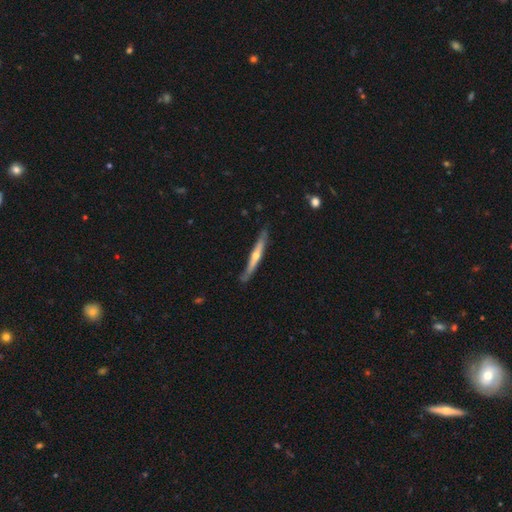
A featured or disk galaxy (57%) viewed edge-on (95%) with a rounded central bulge (90%).

Vote fractions:
- Smooth or featured? featured or disk: 57% / smooth: 35% / star or artifact: 8%
- Edge-on disk? yes: 95% / no: 5%
- Edge-on bulge? rounded: 90% / boxy: 5% / none: 5%
- Merging? none: 62% / minor disturbance: 35% / merger: 3% / major disturbance: 0%